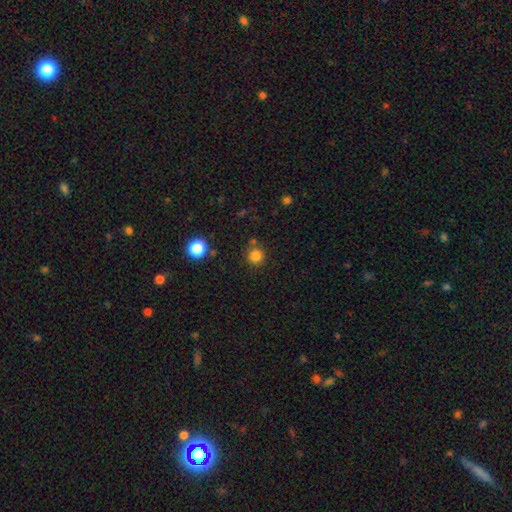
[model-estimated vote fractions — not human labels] Smooth or featured? smooth (82%)
How rounded? round (93%)
Merging? none (79%)